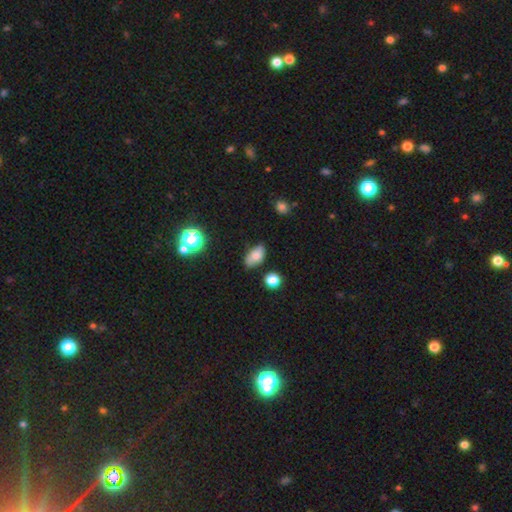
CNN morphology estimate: Overall: smooth (77%). How rounded: in between (91%). Merging: none (73%).